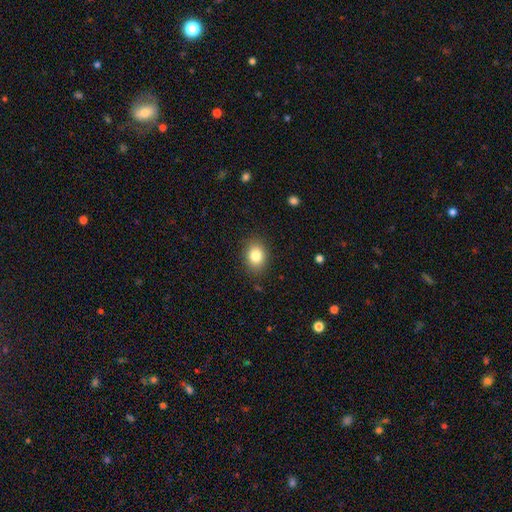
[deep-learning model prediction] This is clearly a smooth galaxy (83%). How rounded: possibly in between (57%). Merging: clearly none (87%).